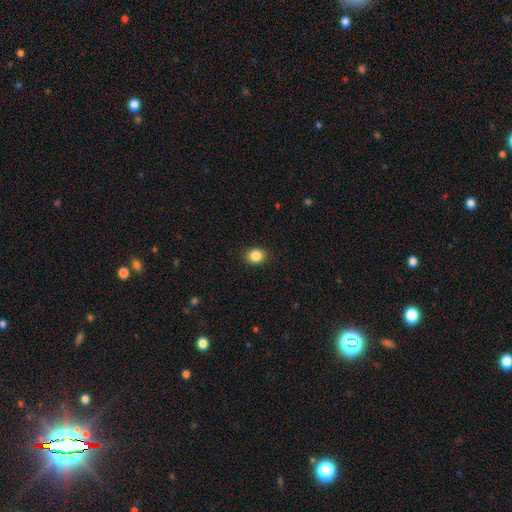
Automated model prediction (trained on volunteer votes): The model was most divided on "how rounded": round: 61%, in between: 38%, cigar-shaped: 1%. More confident: merging — none (89%); smooth or featured — smooth (86%).